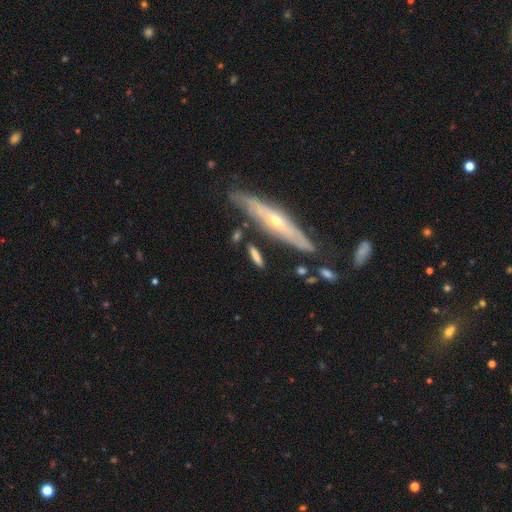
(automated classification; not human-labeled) A smooth galaxy with no disk features (66%) that is cigar-shaped (64%).

Vote fractions:
- Smooth or featured? smooth: 66% / featured or disk: 27% / star or artifact: 7%
- How rounded? cigar-shaped: 64% / in between: 32% / round: 4%
- Merging? none: 74% / minor disturbance: 15% / merger: 6% / major disturbance: 5%